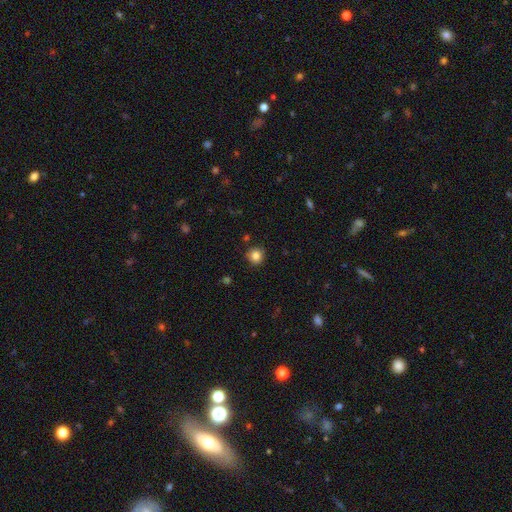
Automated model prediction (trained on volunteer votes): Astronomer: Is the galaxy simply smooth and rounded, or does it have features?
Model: smooth — 84%.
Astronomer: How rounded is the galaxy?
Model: round — 93%.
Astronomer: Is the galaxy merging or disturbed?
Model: none — 89%.